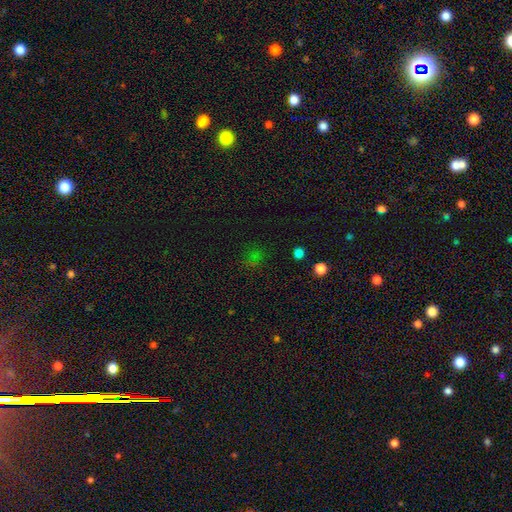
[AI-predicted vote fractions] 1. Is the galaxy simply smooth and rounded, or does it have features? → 48% star or artifact, 42% smooth, 10% featured or disk.